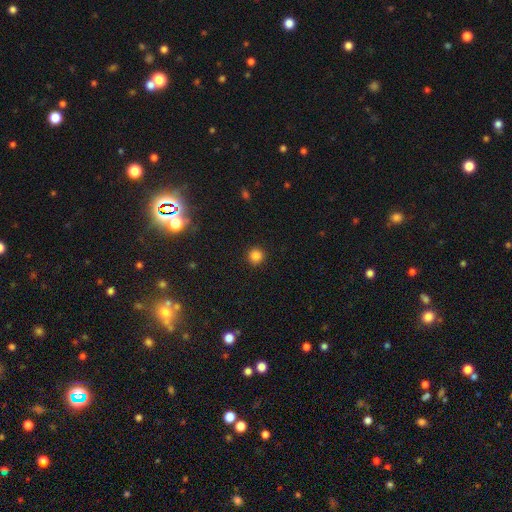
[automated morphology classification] Overall: smooth (84%). How rounded: round (94%). Merging: none (91%).